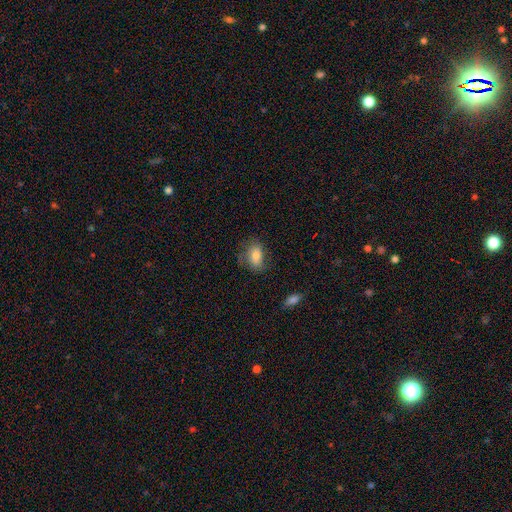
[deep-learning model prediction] Overall: smooth (77%). How rounded: in between (84%). Merging: none (64%; minor disturbance 24%).